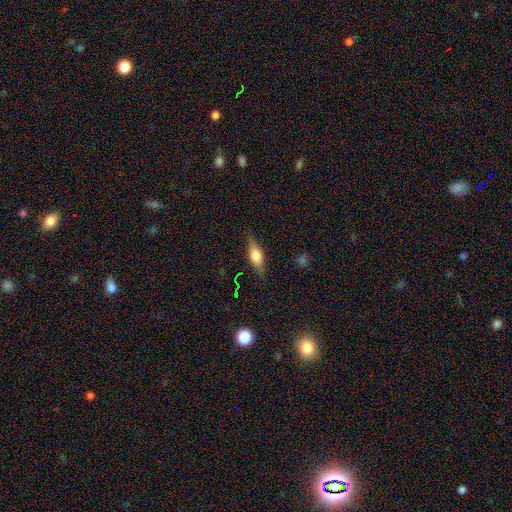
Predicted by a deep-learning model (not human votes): Smooth or featured?
  - featured or disk: 51% *
  - smooth: 40%
  - star or artifact: 9%
Edge-on disk?
  - yes: 92% *
  - no: 8%
Merging?
  - none: 81% *
  - minor disturbance: 14%
  - major disturbance: 4%
  - merger: 1%